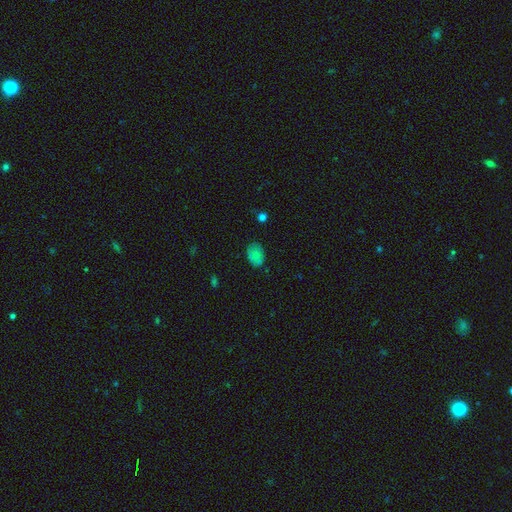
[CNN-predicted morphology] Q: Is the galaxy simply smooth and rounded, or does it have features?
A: smooth — 70%.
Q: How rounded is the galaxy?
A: in between — 76%.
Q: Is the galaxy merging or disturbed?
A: none — 74%.